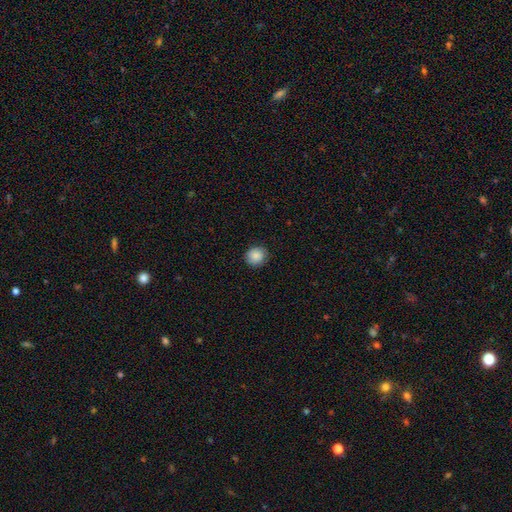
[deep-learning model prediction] This is clearly a smooth galaxy (86%). How rounded: clearly round (86%). Merging: clearly none (84%).